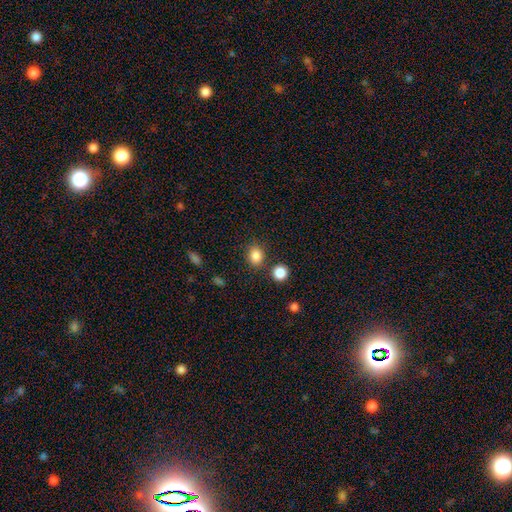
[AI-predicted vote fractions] smooth 85%, star or artifact 11%, featured or disk 4%. Down the decision tree: how rounded — round (63%); merging — none (80%).